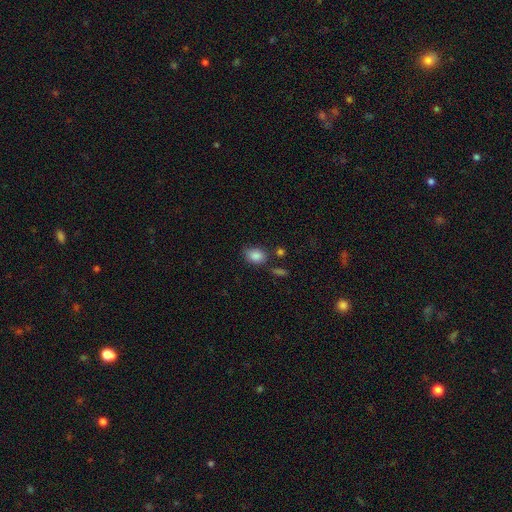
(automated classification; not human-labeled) Q: Smooth or featured?
A: smooth (86%); runner-up: star or artifact (9%)
Q: How rounded?
A: in between (72%); runner-up: round (26%)
Q: Merging?
A: none (70%); runner-up: minor disturbance (17%)